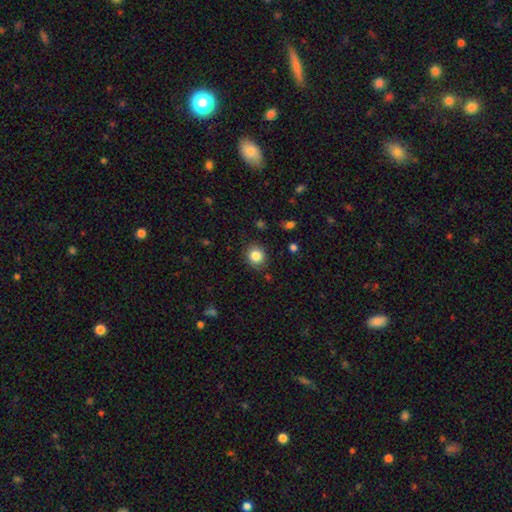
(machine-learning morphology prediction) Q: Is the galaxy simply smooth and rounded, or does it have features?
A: smooth — 84%.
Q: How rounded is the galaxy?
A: round — 79%.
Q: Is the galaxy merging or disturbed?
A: none — 85%.